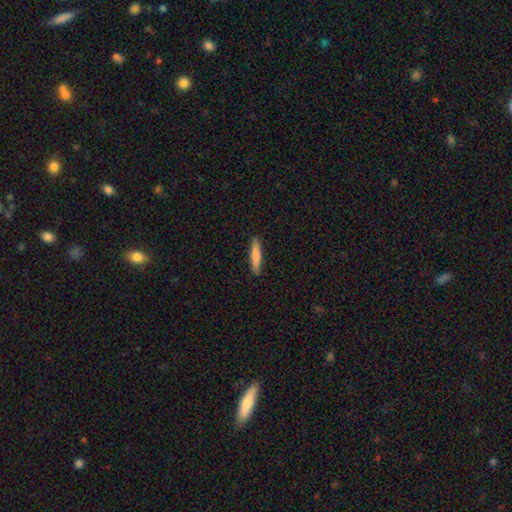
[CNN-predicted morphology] smooth 78%, featured or disk 17%, star or artifact 5%. Down the decision tree: how rounded — cigar-shaped (90%); merging — none (90%).